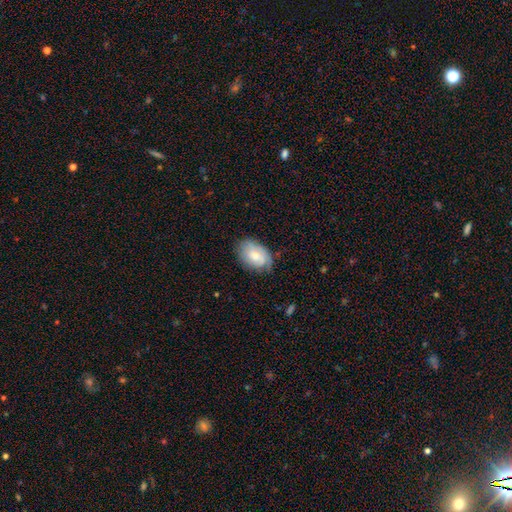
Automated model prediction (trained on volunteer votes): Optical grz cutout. It shows a smooth galaxy with no disk features (58%) that is in between round and cigar-shaped (87%). Merging: none (66%).